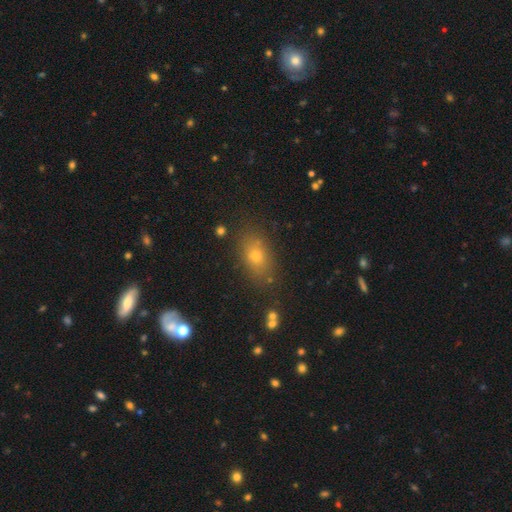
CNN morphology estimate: Smooth or featured?
  - smooth: 70% *
  - star or artifact: 17%
  - featured or disk: 12%
How rounded?
  - in between: 76% *
  - round: 20%
  - cigar-shaped: 4%
Merging?
  - none: 81% *
  - minor disturbance: 12%
  - major disturbance: 4%
  - merger: 3%